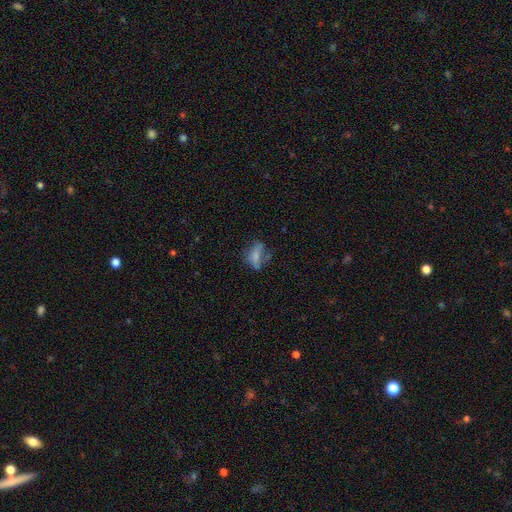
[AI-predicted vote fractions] This is possibly a smooth galaxy (55%). How rounded: likely in between (69%). Merging: marginally none (43%).